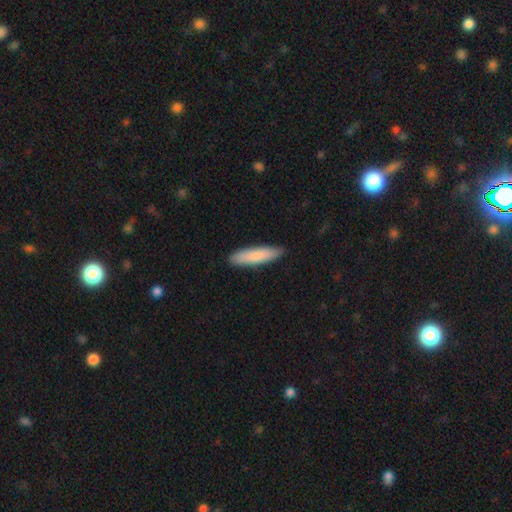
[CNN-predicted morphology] type=smooth (84%); roundness=cigar-shaped (79%); merging=none (89%).